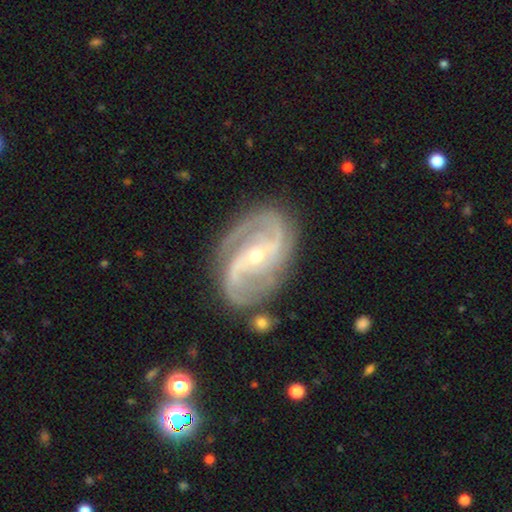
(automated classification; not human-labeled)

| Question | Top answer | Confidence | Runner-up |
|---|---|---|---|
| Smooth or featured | featured or disk | 92% | star or artifact (5%) |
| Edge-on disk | no | 97% | yes (3%) |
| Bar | no | 37% | weak (36%) |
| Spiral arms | yes | 98% | no (2%) |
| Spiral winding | medium | 51% | tight (33%) |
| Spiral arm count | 2 | 63% | 3 (20%) |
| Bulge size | small | 59% | moderate (39%) |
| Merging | none | 75% | minor disturbance (17%) |